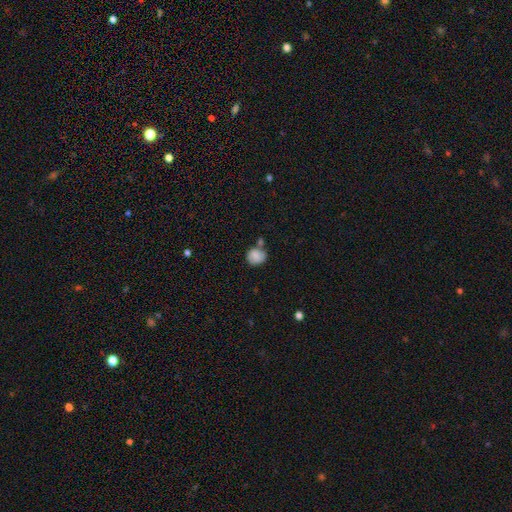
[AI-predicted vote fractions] This is likely a smooth galaxy (75%). How rounded: likely round (76%). Merging: possibly none (53%).